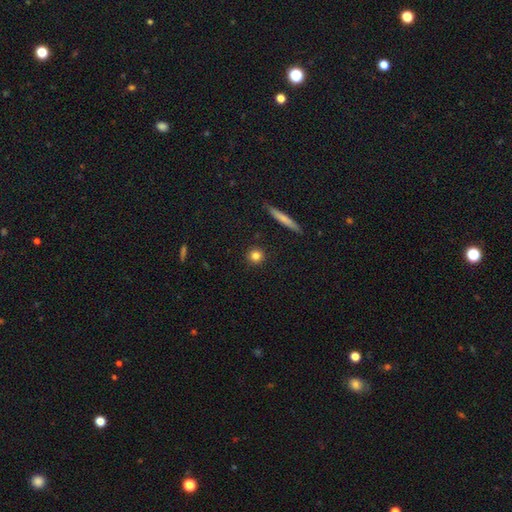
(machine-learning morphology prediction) Smooth or featured?
  - smooth: 81% *
  - star or artifact: 10%
  - featured or disk: 8%
How rounded?
  - round: 90% *
  - in between: 6%
  - cigar-shaped: 3%
Merging?
  - none: 91% *
  - minor disturbance: 6%
  - major disturbance: 2%
  - merger: 2%